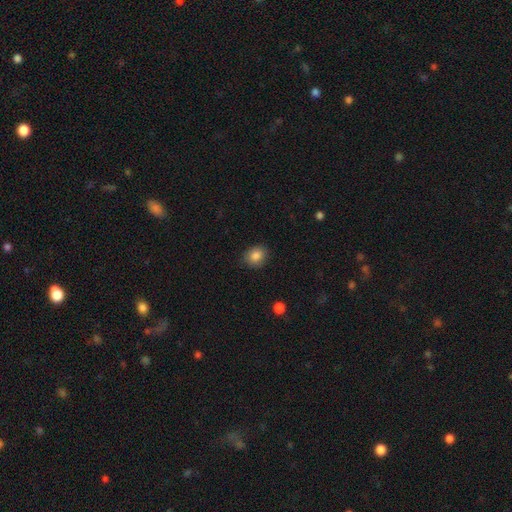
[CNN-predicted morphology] This appears to be a smooth galaxy with no disk features (86%) that is round (57%). Merging: none (86%).